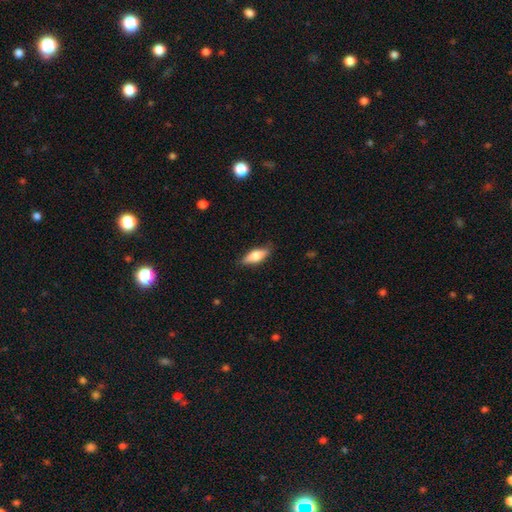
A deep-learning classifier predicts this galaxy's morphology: The model was most divided on "how rounded": in between: 67%, cigar-shaped: 30%, round: 3%. More confident: merging — none (83%); smooth or featured — smooth (67%).